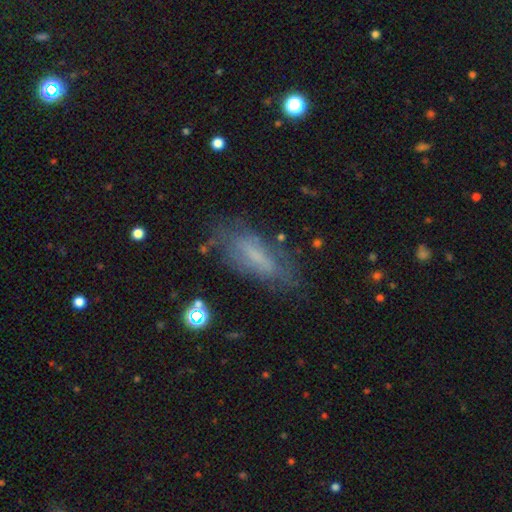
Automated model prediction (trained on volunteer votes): Q: Smooth or featured?
A: smooth (49%); runner-up: featured or disk (40%)
Q: Merging?
A: none (67%); runner-up: minor disturbance (21%)